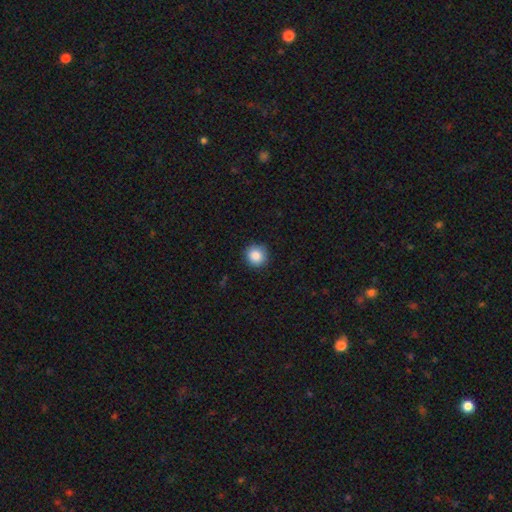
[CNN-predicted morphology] The model was most divided on "smooth or featured": smooth: 87%, star or artifact: 9%, featured or disk: 4%. More confident: how rounded — round (92%); merging — none (88%).